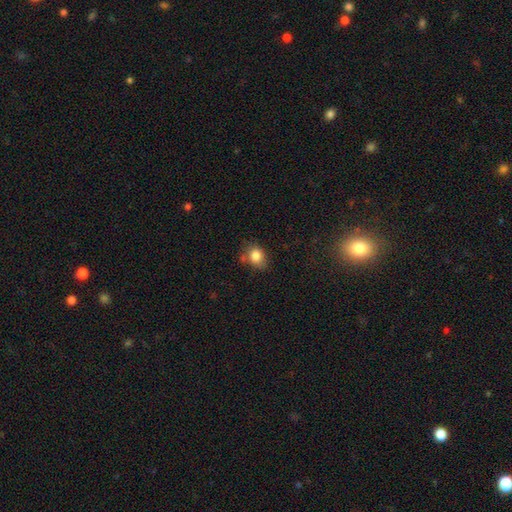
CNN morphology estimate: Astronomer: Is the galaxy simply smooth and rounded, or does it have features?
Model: smooth — 83%.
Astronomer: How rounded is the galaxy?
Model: round — 58% (runner-up: in between, 41%).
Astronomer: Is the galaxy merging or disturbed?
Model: none — 65%.